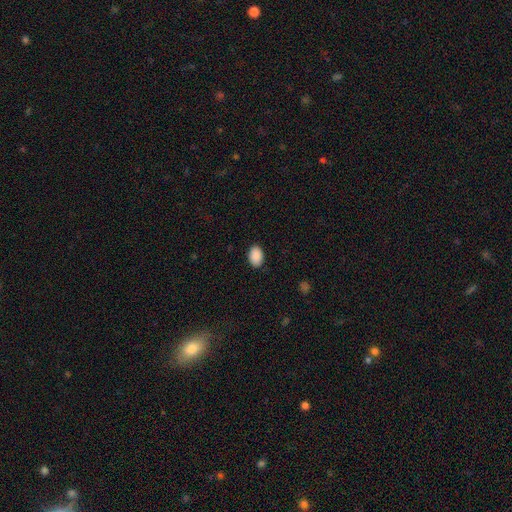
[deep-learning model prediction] Overall: smooth (91%). How rounded: in between (85%). Merging: none (88%).